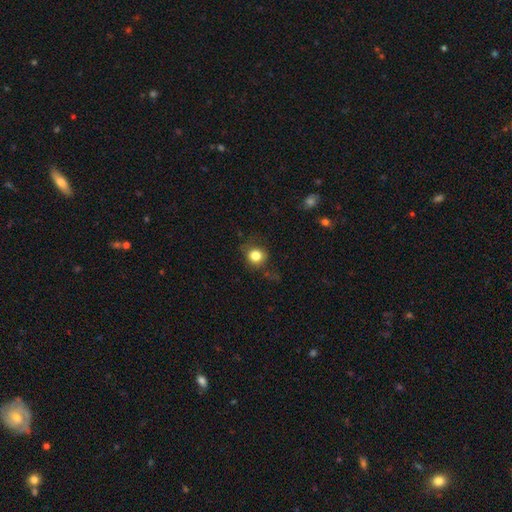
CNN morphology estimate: smooth_or_featured: smooth (p=0.81) [alt: star or artifact p=0.11]
how_rounded: round (p=0.83) [alt: in between p=0.16]
merging: none (p=0.75) [alt: minor disturbance p=0.17]